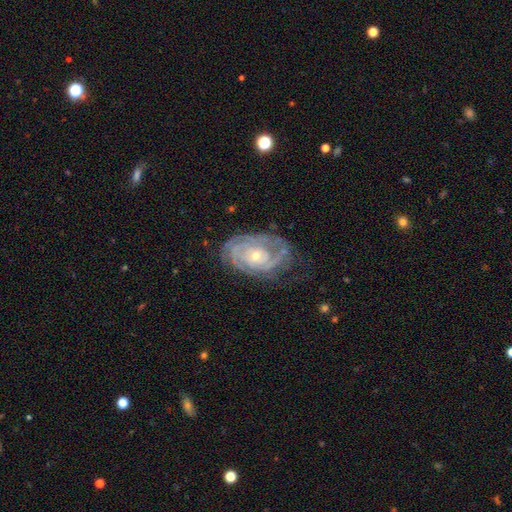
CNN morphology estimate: This appears to be a featured or disk galaxy (88%) with no bar (77%), tight (77%) spiral arms (96%) and a small central bulge (62%). Merging: none (68%).